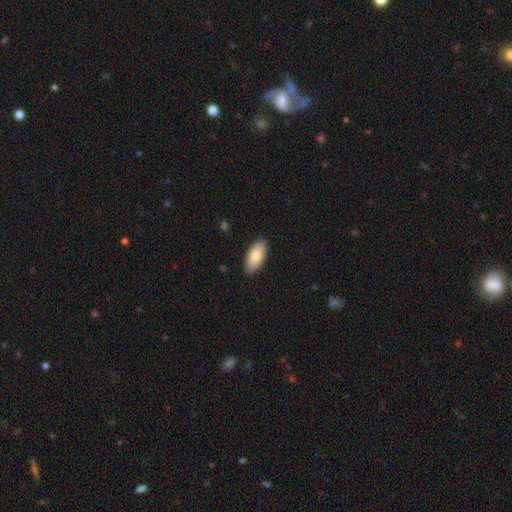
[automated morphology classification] The model was most divided on "smooth or featured": smooth: 82%, featured or disk: 13%, star or artifact: 6%. More confident: how rounded — in between (90%); merging — none (88%).